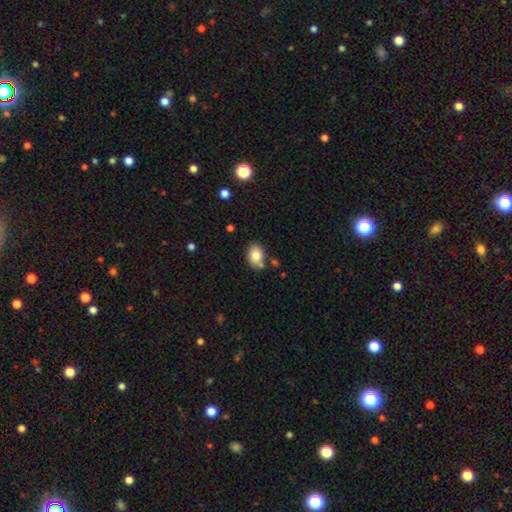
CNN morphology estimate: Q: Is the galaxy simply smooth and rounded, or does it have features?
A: smooth — 82%.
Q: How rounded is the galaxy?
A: in between — 78%.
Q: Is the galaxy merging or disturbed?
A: none — 72%.